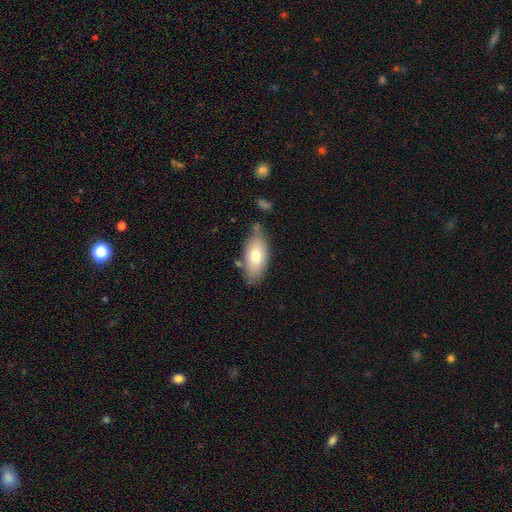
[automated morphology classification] type=smooth (70%); roundness=in between (88%); merging=none (68%).